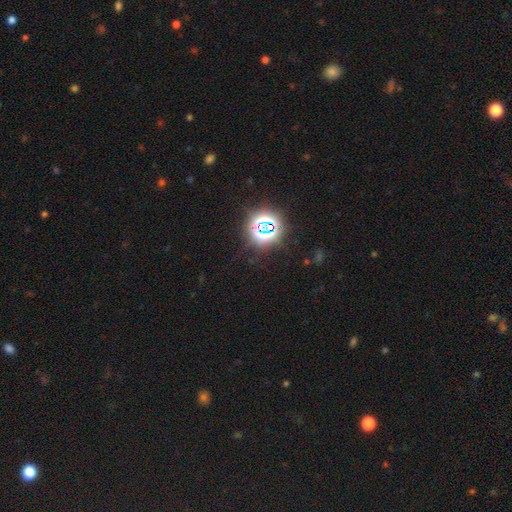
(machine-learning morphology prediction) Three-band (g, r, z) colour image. It shows a star or artifact, not a galaxy (76%).